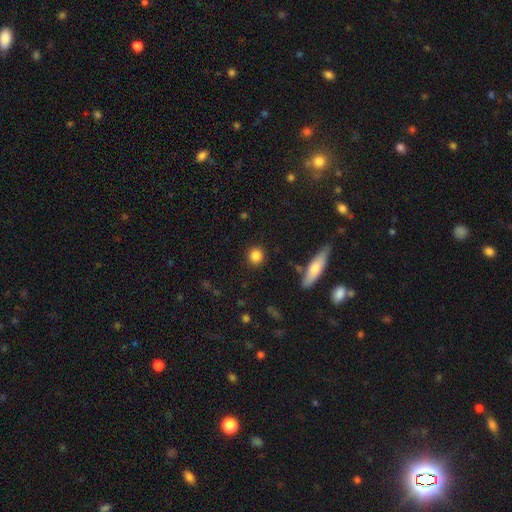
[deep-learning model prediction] Q: Smooth or featured?
A: smooth (85%); runner-up: star or artifact (9%)
Q: How rounded?
A: round (91%); runner-up: in between (8%)
Q: Merging?
A: none (90%); runner-up: minor disturbance (6%)